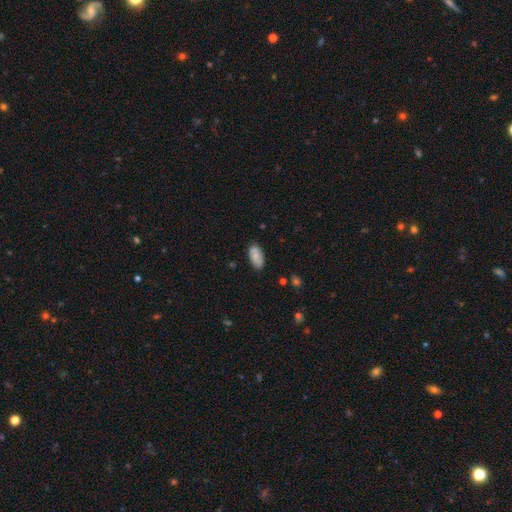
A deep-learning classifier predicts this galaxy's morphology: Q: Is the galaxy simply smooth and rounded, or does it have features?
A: smooth — 71%.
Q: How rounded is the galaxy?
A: in between — 93%.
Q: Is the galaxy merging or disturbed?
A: none — 80%.